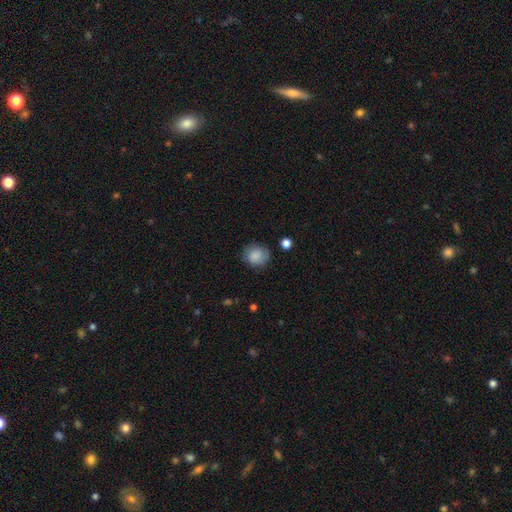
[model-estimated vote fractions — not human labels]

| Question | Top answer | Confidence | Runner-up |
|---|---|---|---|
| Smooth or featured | smooth | 81% | featured or disk (11%) |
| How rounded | round | 76% | in between (23%) |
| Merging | none | 73% | minor disturbance (20%) |